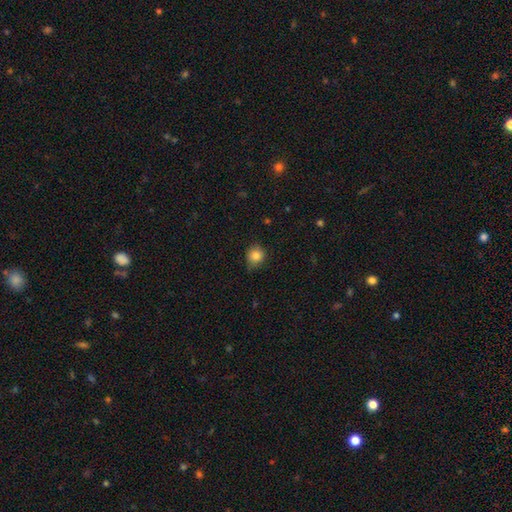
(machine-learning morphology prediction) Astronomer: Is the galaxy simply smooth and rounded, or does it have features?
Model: smooth — 84%.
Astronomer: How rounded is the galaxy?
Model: round — 82%.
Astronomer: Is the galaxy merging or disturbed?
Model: none — 71%.